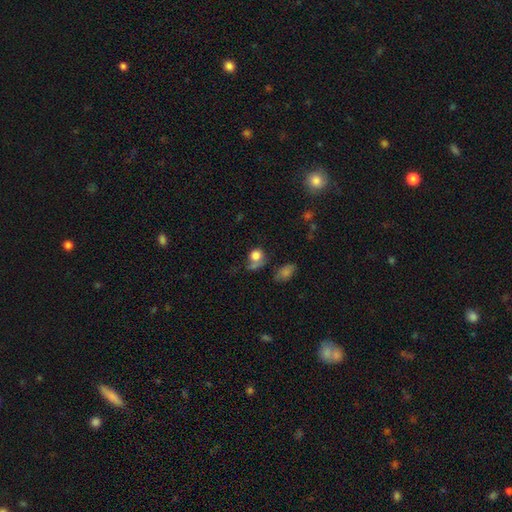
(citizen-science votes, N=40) smooth 82%, featured or disk 12%, star or artifact 5%. Down the decision tree: how rounded — round (88%); merging — none (45%).